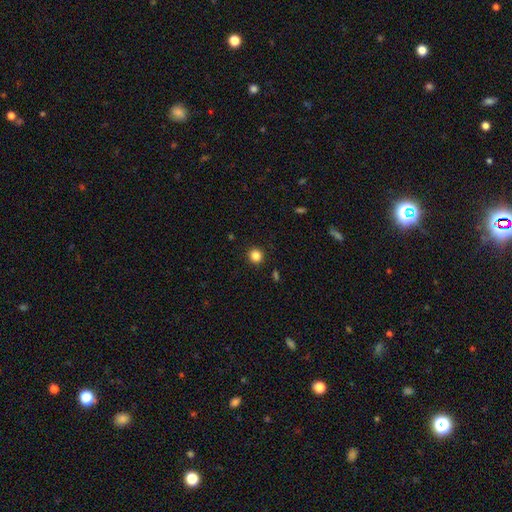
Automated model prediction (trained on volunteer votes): smooth 84%, star or artifact 12%, featured or disk 4%. Down the decision tree: how rounded — round (91%); merging — none (92%).